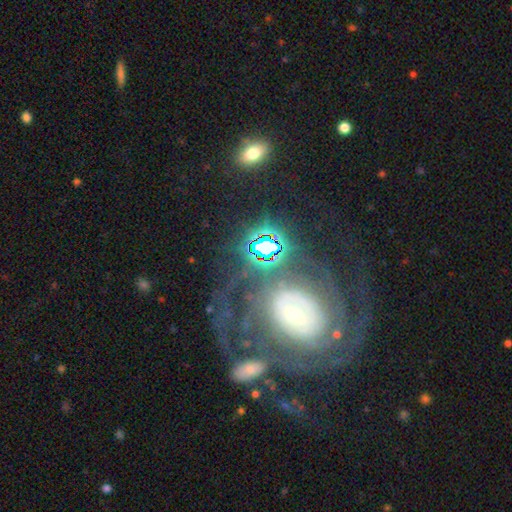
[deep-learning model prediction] Overall: featured or disk (75%). Edge-on disk: no (96%). Bar: no (61%; weak 26%). Spiral arms: yes (83%). Spiral arm count: can't tell (37%; 2 30%). Spiral winding: tight (64%; medium 25%). Bulge size: small (63%; moderate 27%). Merging: none (60%).